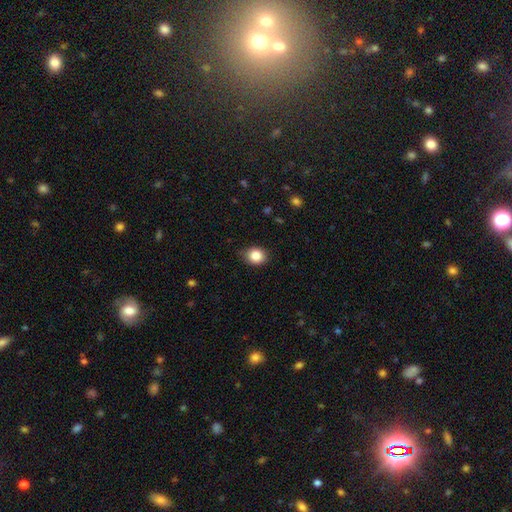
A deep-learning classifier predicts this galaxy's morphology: Overall: smooth (85%). How rounded: round (64%; in between 35%). Merging: none (82%).